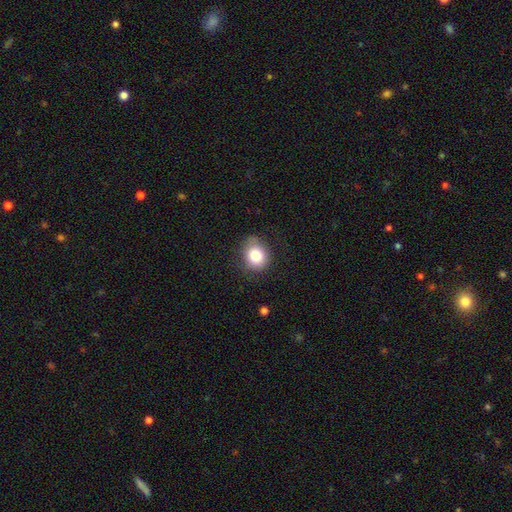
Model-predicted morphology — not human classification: Overall: smooth (80%). How rounded: round (66%; in between 34%). Merging: none (75%).